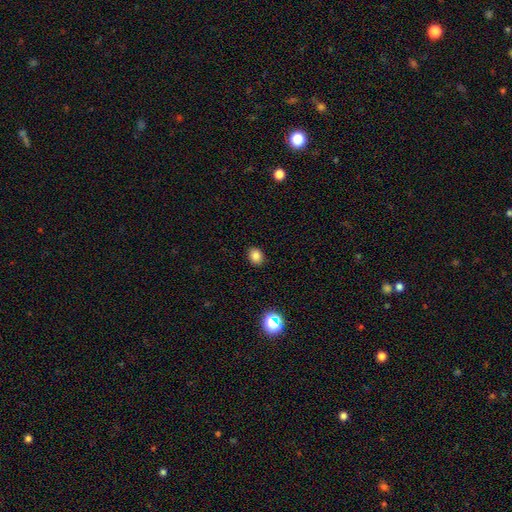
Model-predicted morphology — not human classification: Q: Smooth or featured?
A: smooth (82%); runner-up: star or artifact (12%)
Q: How rounded?
A: in between (50%); runner-up: round (49%)
Q: Merging?
A: none (89%); runner-up: minor disturbance (8%)